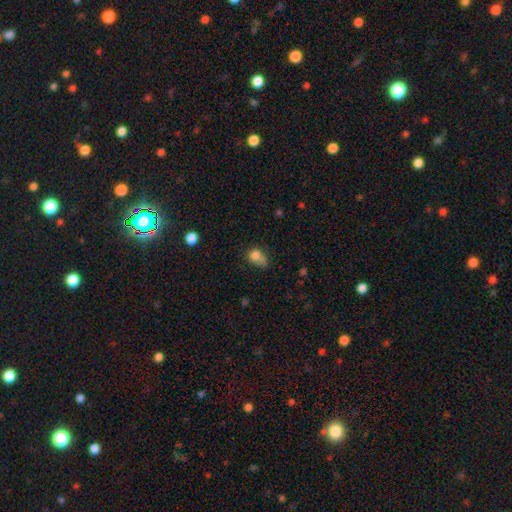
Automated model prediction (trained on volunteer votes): smooth_or_featured: smooth (p=0.79) [alt: star or artifact p=0.11]
how_rounded: in between (p=0.53) [alt: round p=0.46]
merging: minor disturbance (p=0.36) [alt: none p=0.34]